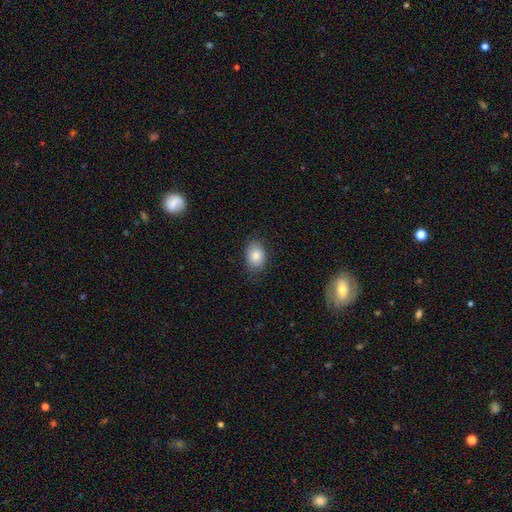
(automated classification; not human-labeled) smooth_or_featured: smooth (p=0.83) [alt: featured or disk p=0.09]
how_rounded: in between (p=0.71) [alt: round p=0.28]
merging: none (p=0.81) [alt: minor disturbance p=0.15]